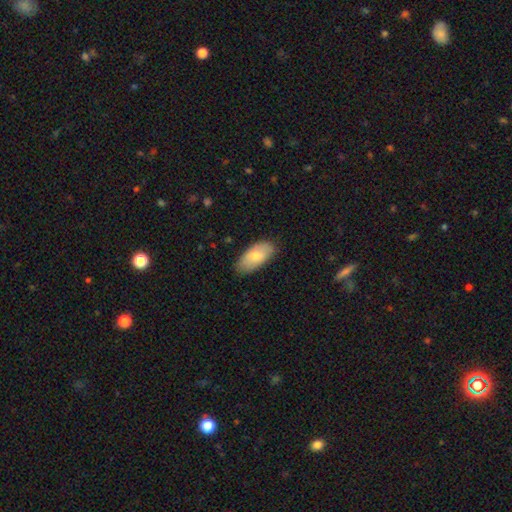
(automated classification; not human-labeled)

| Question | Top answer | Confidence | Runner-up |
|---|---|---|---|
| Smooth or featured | smooth | 72% | featured or disk (22%) |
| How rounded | in between | 92% | cigar-shaped (6%) |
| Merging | none | 79% | minor disturbance (17%) |